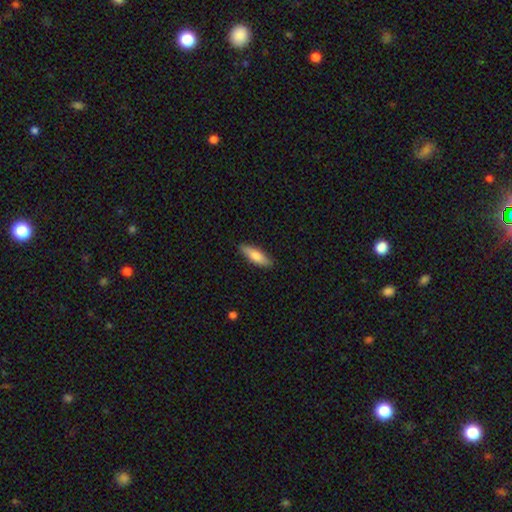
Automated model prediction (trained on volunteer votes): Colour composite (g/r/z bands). It shows a smooth galaxy with no disk features (75%) that is cigar-shaped (50%). Merging: none (87%).